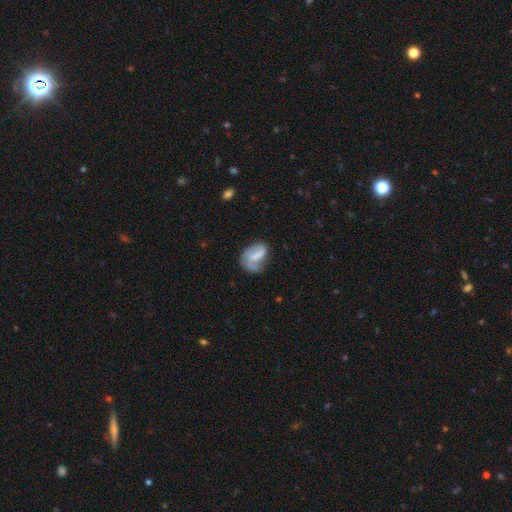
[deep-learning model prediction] This appears to be a featured or disk galaxy (49%). Merging: none (40%).